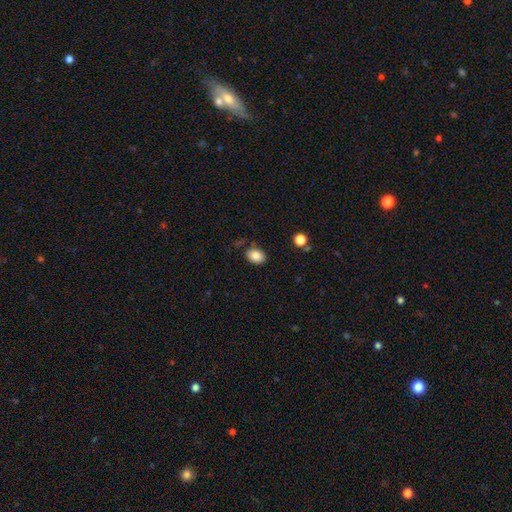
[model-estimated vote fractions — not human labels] smooth_or_featured: smooth (p=0.85) [alt: star or artifact p=0.09]
how_rounded: in between (p=0.69) [alt: round p=0.30]
merging: none (p=0.78) [alt: minor disturbance p=0.15]